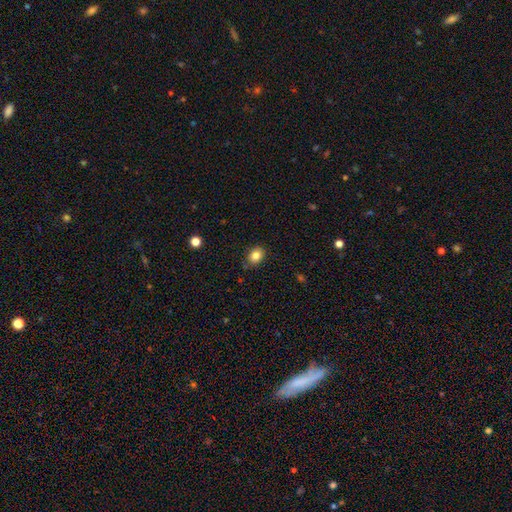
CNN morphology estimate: This appears to be a smooth galaxy with no disk features (84%) that is in between round and cigar-shaped (55%). Merging: none (85%).